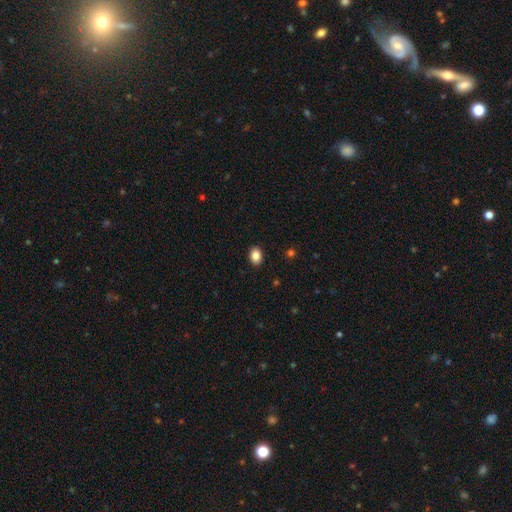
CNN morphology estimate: Smooth or featured: smooth — 87% (star or artifact — 9%)
How rounded: in between — 74% (round — 25%)
Merging: none — 91% (minor disturbance — 7%)